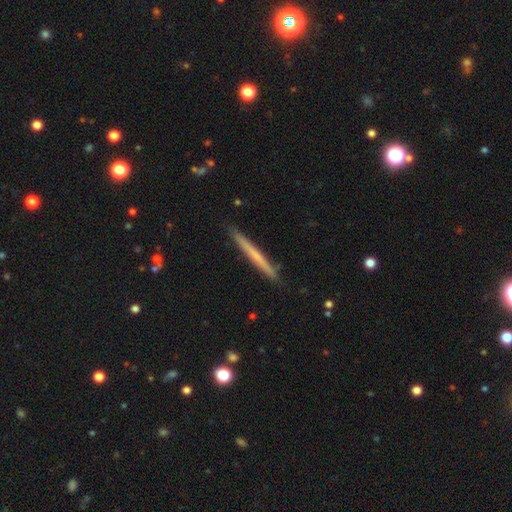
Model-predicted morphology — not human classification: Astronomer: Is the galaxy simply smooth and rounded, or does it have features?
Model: smooth — 53% (runner-up: featured or disk, 42%).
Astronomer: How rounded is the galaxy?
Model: cigar-shaped — 97%.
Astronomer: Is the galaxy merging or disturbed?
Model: none — 90%.